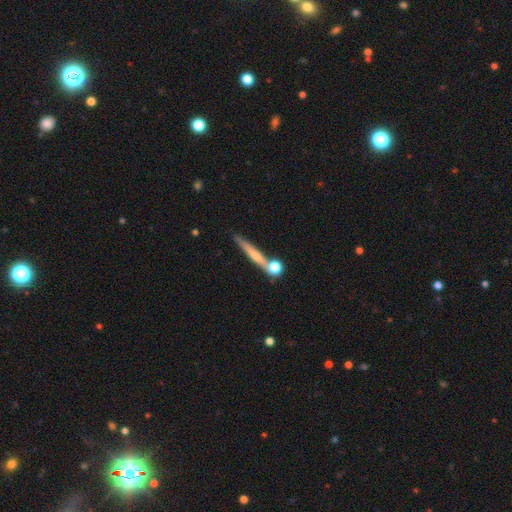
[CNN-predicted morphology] Q: Smooth or featured?
A: featured or disk (46%); runner-up: smooth (45%)
Q: Merging?
A: none (69%); runner-up: merger (15%)